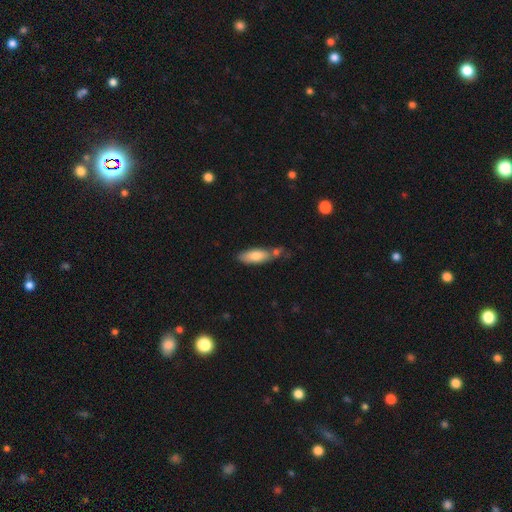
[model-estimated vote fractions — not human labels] Smooth or featured? Predicted: smooth (p=0.78). How rounded? Predicted: in between (p=0.66). Merging? Predicted: none (p=0.55).